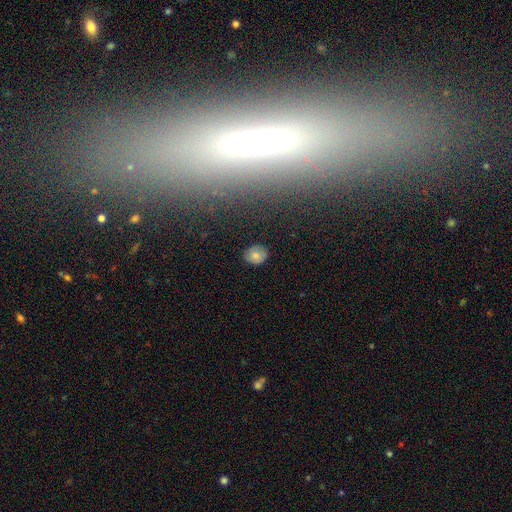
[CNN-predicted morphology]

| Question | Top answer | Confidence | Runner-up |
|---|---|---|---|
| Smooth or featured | smooth | 75% | featured or disk (15%) |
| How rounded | round | 63% | in between (36%) |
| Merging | none | 82% | minor disturbance (14%) |